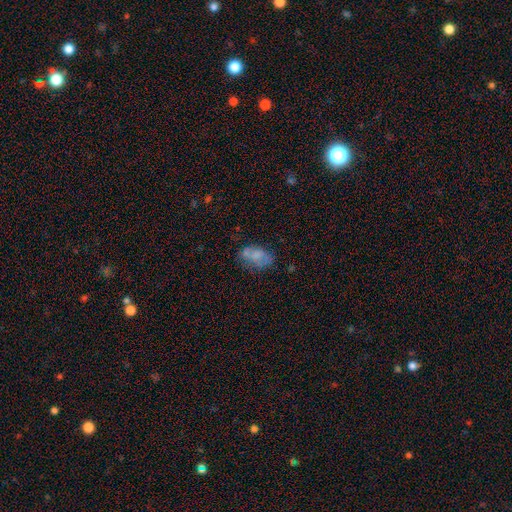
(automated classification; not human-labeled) Smooth or featured?
  - smooth: 64% *
  - featured or disk: 25%
  - star or artifact: 10%
How rounded?
  - in between: 89% *
  - round: 9%
  - cigar-shaped: 2%
Merging?
  - none: 50% *
  - minor disturbance: 25%
  - merger: 13%
  - major disturbance: 13%